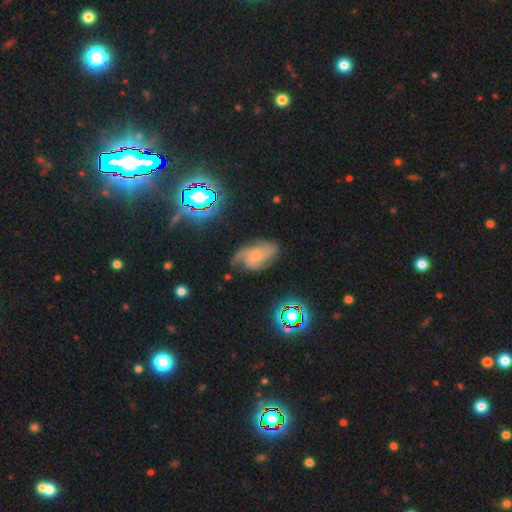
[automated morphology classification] This is likely a featured or disk galaxy (75%). It is clearly not viewed edge-on (97%). Bar: likely no (69%). Spiral arm pattern: clearly yes (94%). Spiral arm count: marginally 3 (36%). Spiral winding: marginally medium (44%). Central bulge: likely small (69%). Merging: possibly none (55%).